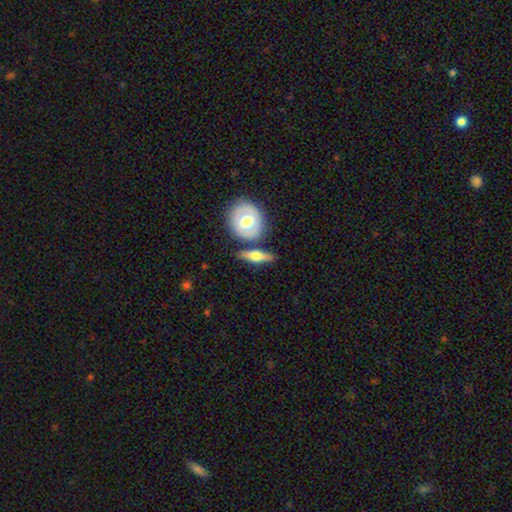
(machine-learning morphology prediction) Overall: featured or disk (47%, tied with smooth). Merging: none (71%).